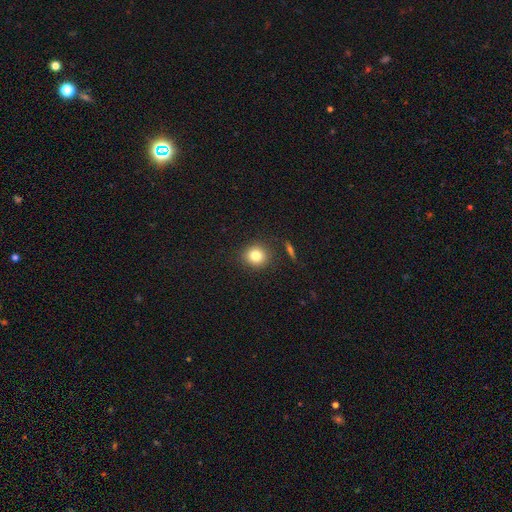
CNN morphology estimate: Smooth or featured?
  - smooth: 80% *
  - star or artifact: 12%
  - featured or disk: 8%
How rounded?
  - round: 88% *
  - in between: 11%
  - cigar-shaped: 1%
Merging?
  - none: 88% *
  - minor disturbance: 7%
  - major disturbance: 2%
  - merger: 2%